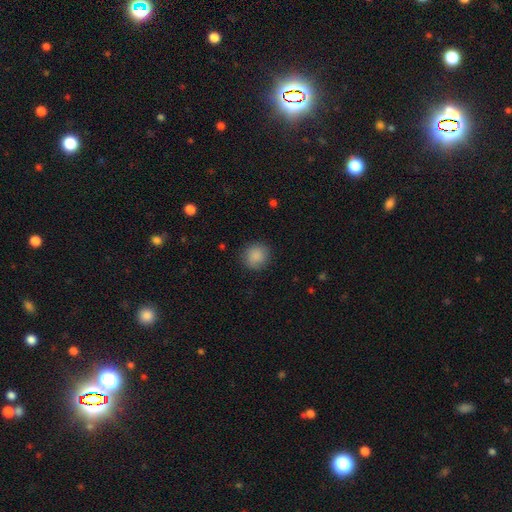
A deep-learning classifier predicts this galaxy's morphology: smooth 88%, star or artifact 8%, featured or disk 4%. Down the decision tree: how rounded — round (89%); merging — none (87%).